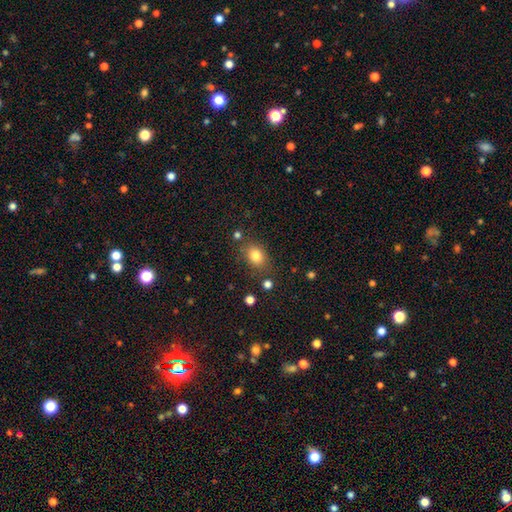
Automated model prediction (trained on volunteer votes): A smooth galaxy with no disk features (82%) that is in between round and cigar-shaped (59%).

Vote fractions:
- Smooth or featured? smooth: 82% / star or artifact: 11% / featured or disk: 7%
- How rounded? in between: 59% / round: 40% / cigar-shaped: 1%
- Merging? none: 76% / minor disturbance: 14% / merger: 5% / major disturbance: 5%